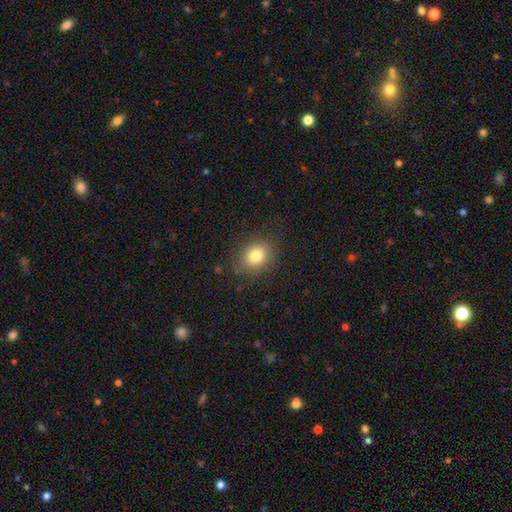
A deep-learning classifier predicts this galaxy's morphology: This appears to be a smooth galaxy with no disk features (80%) that is round (60%). Merging: none (85%).